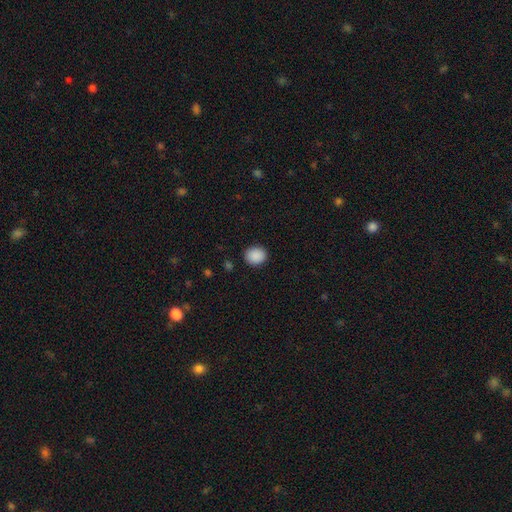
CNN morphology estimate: smooth_or_featured: smooth (p=0.90) [alt: star or artifact p=0.08]
how_rounded: round (p=0.69) [alt: in between p=0.30]
merging: none (p=0.90) [alt: minor disturbance p=0.07]